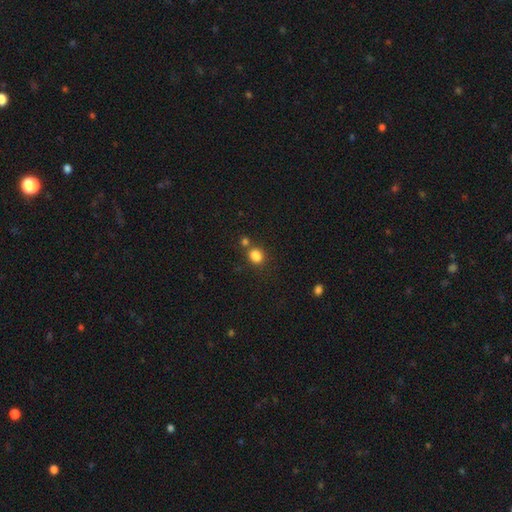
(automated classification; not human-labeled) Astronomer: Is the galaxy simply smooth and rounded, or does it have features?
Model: smooth — 83%.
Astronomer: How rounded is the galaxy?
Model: round — 63%.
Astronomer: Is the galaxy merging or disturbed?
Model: none — 64%.